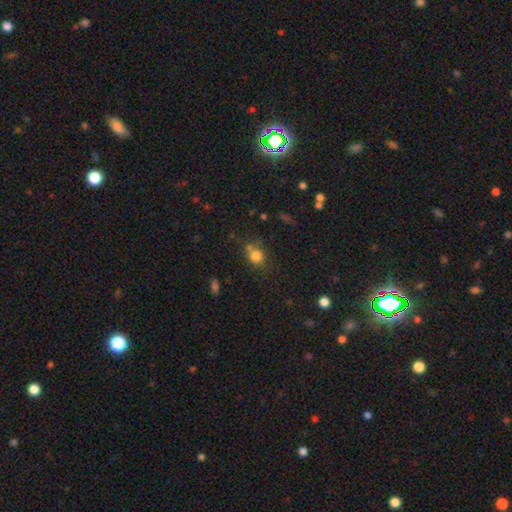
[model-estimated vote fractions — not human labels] smooth_or_featured: smooth (p=0.80) [alt: star or artifact p=0.13]
how_rounded: round (p=0.77) [alt: in between p=0.21]
merging: none (p=0.60) [alt: merger p=0.20]